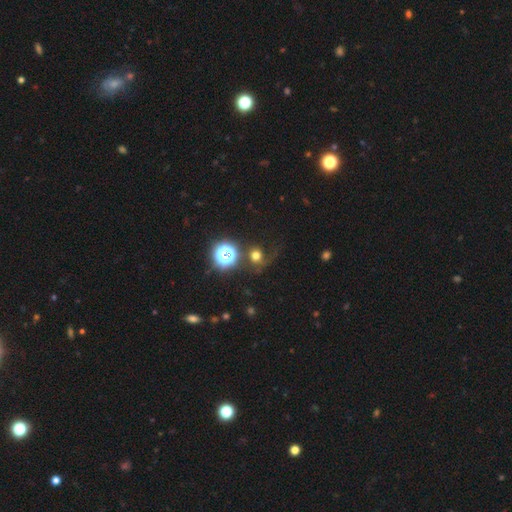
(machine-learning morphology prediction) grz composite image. It shows a smooth galaxy with no disk features (61%) that is round (85%). Merging: none (50%).